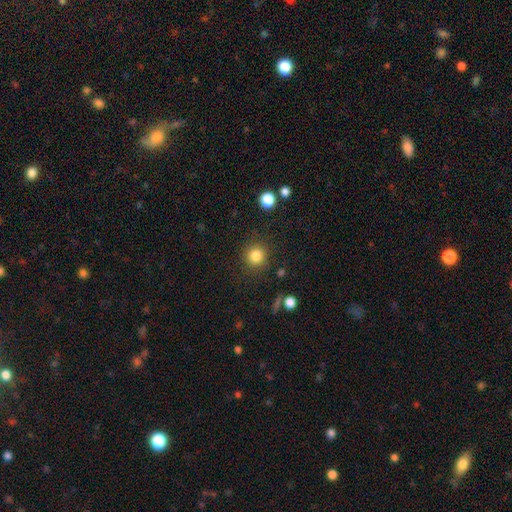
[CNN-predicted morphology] This is clearly a smooth galaxy (84%). How rounded: clearly round (92%). Merging: clearly none (88%).